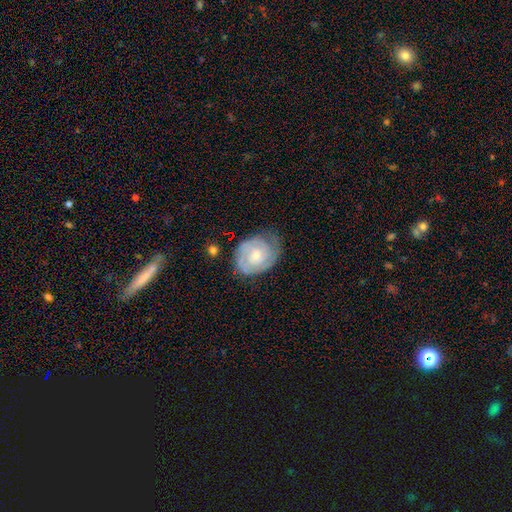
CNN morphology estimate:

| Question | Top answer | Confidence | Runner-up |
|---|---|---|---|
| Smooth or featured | featured or disk | 71% | smooth (23%) |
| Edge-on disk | no | 98% | yes (2%) |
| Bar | no | 70% | weak (27%) |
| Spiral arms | yes | 90% | no (10%) |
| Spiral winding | tight | 65% | medium (28%) |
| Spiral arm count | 2 | 45% | can't tell (30%) |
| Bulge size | moderate | 49% | small (40%) |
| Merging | none | 64% | minor disturbance (25%) |